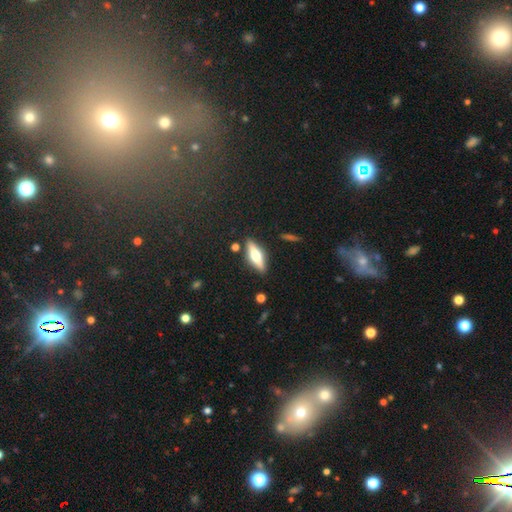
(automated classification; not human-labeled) Q: Smooth or featured?
A: featured or disk (55%); runner-up: smooth (38%)
Q: Edge-on disk?
A: yes (93%); runner-up: no (7%)
Q: Edge-on bulge?
A: rounded (92%); runner-up: boxy (5%)
Q: Merging?
A: none (86%); runner-up: minor disturbance (9%)